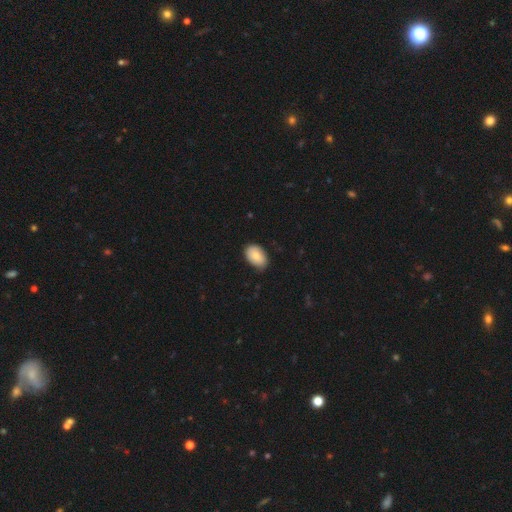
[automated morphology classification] Q: Smooth or featured?
A: smooth (83%); runner-up: featured or disk (10%)
Q: How rounded?
A: in between (90%); runner-up: round (9%)
Q: Merging?
A: none (77%); runner-up: minor disturbance (19%)